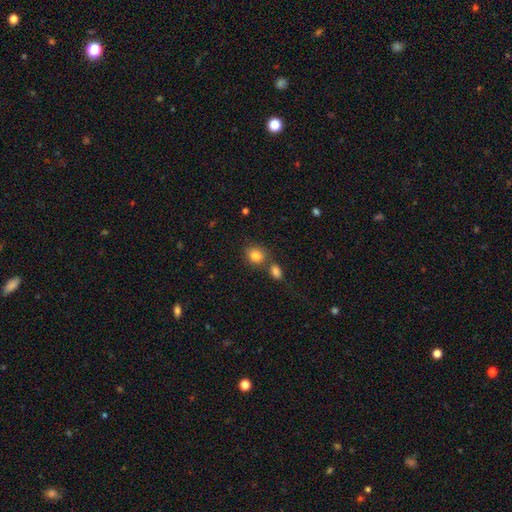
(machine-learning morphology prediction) Smooth or featured?
  - smooth: 84% *
  - star or artifact: 10%
  - featured or disk: 6%
How rounded?
  - round: 58% *
  - in between: 41%
  - cigar-shaped: 1%
Merging?
  - none: 64% *
  - merger: 21%
  - minor disturbance: 11%
  - major disturbance: 3%